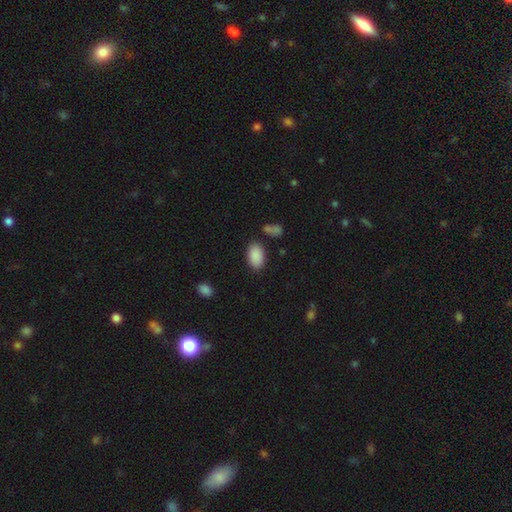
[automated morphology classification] Q: Smooth or featured?
A: smooth (89%); runner-up: star or artifact (7%)
Q: How rounded?
A: in between (93%); runner-up: round (5%)
Q: Merging?
A: none (80%); runner-up: minor disturbance (12%)